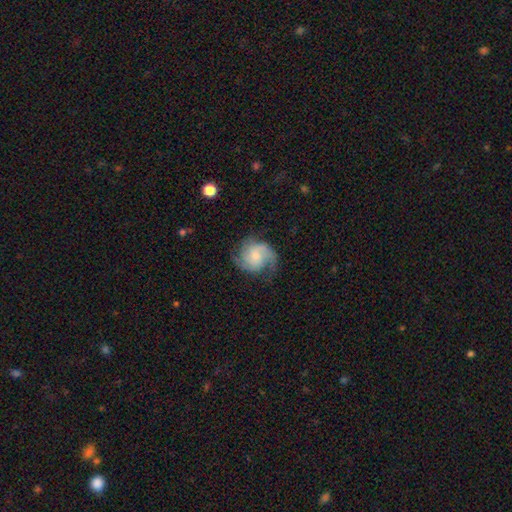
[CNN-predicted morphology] The model was most divided on "bulge size": small: 47%, moderate: 33%, none: 11%, large: 7%, dominant: 2%. Remaining: edge-on disk — no (98%); spiral arms — yes (96%); smooth or featured — featured or disk (77%); merging — none (70%); bar — no (63%); spiral arm count — 2 (59%); spiral winding — medium (49%).